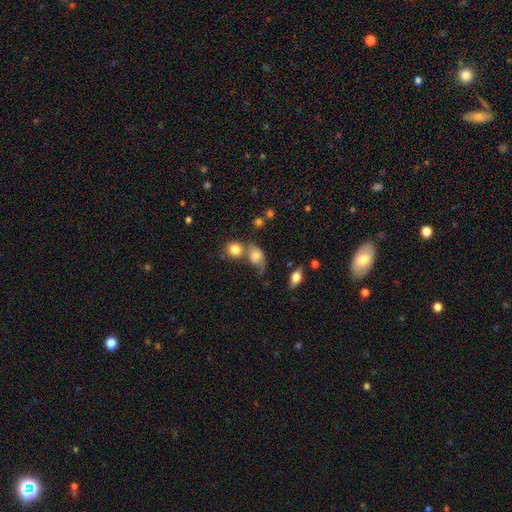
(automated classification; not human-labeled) Smooth or featured? Predicted: smooth (p=0.75). How rounded? Predicted: in between (p=0.64). Merging? Predicted: merger (p=0.35).